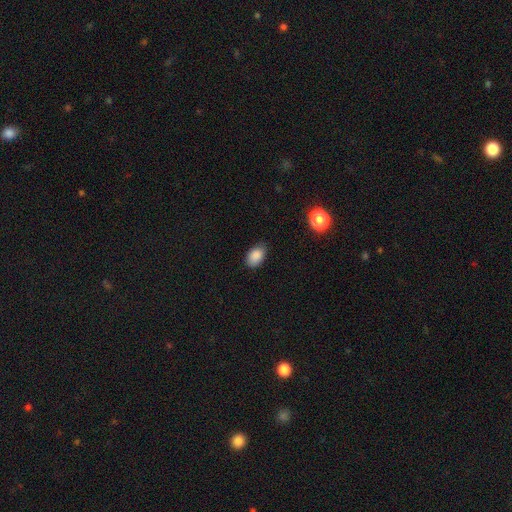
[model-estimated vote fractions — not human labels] smooth_or_featured: smooth (p=0.87) [alt: star or artifact p=0.09]
how_rounded: in between (p=0.89) [alt: round p=0.10]
merging: none (p=0.78) [alt: minor disturbance p=0.18]